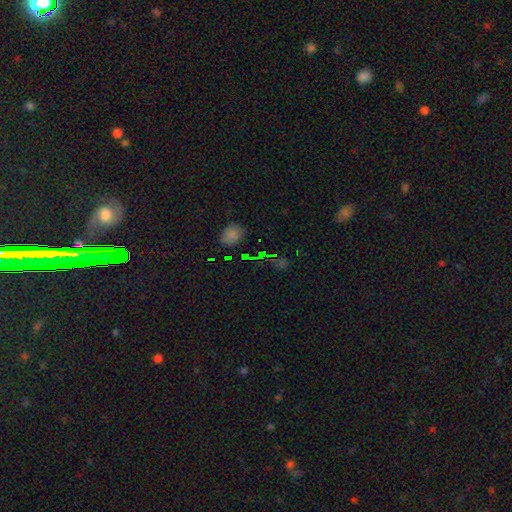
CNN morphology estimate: The model was most divided on "how rounded": round: 54%, in between: 43%, cigar-shaped: 3%. More confident: merging — none (82%); smooth or featured — smooth (53%).